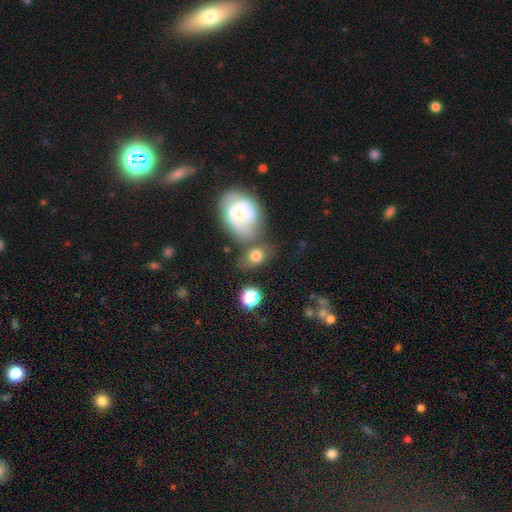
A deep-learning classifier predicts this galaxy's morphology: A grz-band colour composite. It shows a smooth galaxy with no disk features (68%) that is round (49%, tied with in between). Merging: none (42%).